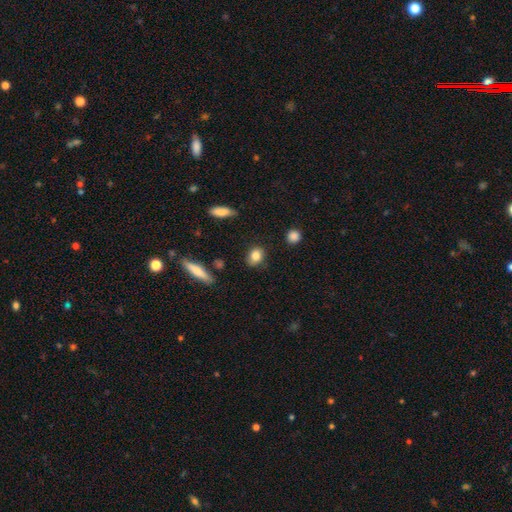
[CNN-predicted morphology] A smooth galaxy with no disk features (83%) that is in between round and cigar-shaped (59%).

Vote fractions:
- Smooth or featured? smooth: 83% / star or artifact: 8% / featured or disk: 8%
- How rounded? in between: 59% / round: 38% / cigar-shaped: 3%
- Merging? none: 83% / minor disturbance: 12% / major disturbance: 3% / merger: 2%